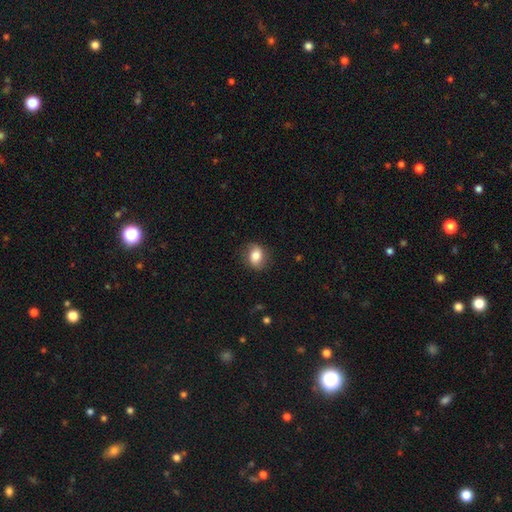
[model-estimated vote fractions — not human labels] Morphology: type=smooth (73%); roundness=in between (54%); merging=none (79%).